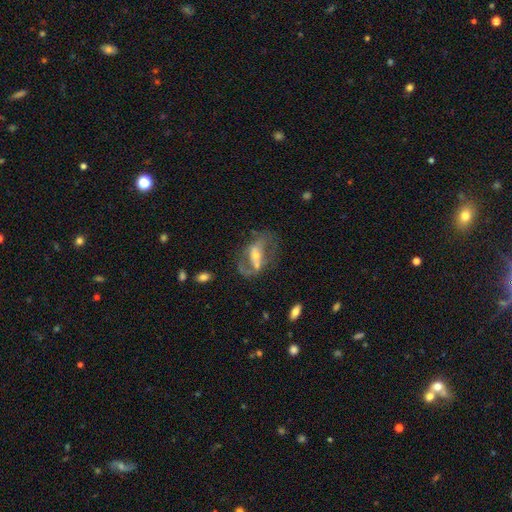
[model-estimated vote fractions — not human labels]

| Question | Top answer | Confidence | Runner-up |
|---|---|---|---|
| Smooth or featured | featured or disk | 72% | smooth (20%) |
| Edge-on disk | no | 91% | yes (9%) |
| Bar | strong | 36% | no (32%) |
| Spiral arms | yes | 62% | no (38%) |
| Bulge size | small | 48% | moderate (43%) |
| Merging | none | 46% | major disturbance (27%) |